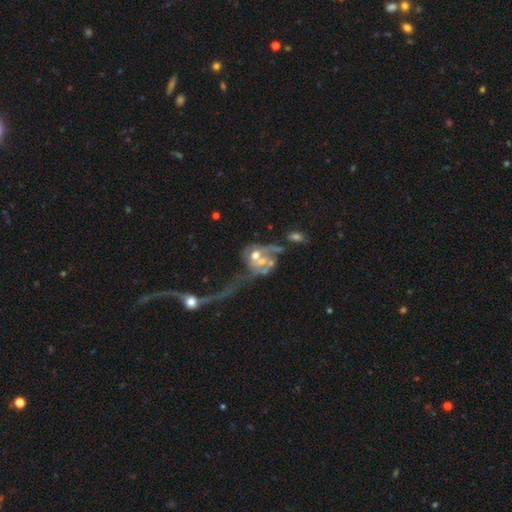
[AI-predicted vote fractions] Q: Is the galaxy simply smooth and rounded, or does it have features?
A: featured or disk — 71%.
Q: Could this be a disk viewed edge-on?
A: no — 94%.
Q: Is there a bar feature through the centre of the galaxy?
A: no — 70%.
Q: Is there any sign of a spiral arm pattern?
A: yes — 68%.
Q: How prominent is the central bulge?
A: moderate — 49%.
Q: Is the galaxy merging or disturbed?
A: merger — 55%.